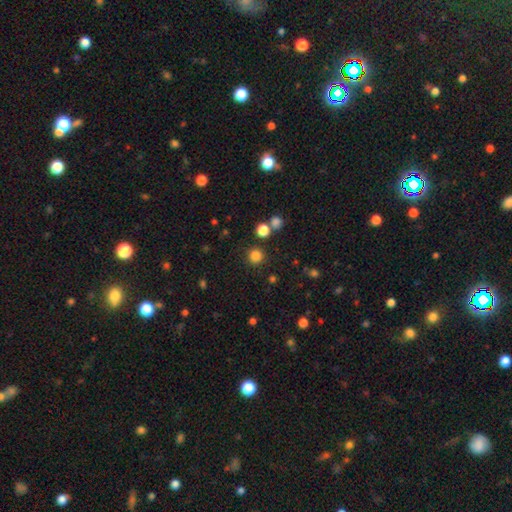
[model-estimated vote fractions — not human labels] Smooth or featured: smooth — 82% (star or artifact — 14%)
How rounded: round — 94% (in between — 5%)
Merging: none — 86% (minor disturbance — 6%)